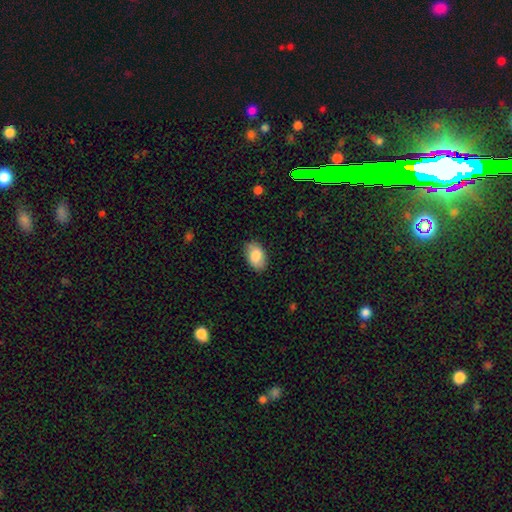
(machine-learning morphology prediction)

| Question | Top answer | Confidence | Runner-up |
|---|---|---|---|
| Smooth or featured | smooth | 83% | featured or disk (11%) |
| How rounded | in between | 91% | round (7%) |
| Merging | none | 85% | minor disturbance (12%) |